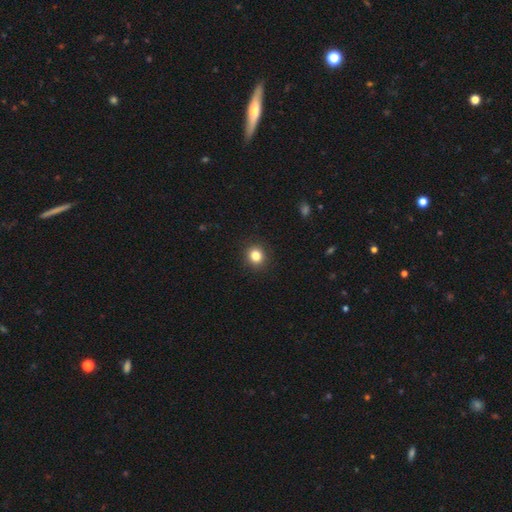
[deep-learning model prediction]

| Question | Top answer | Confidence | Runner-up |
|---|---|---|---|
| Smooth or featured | smooth | 84% | star or artifact (11%) |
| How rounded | round | 84% | in between (15%) |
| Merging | none | 91% | minor disturbance (6%) |